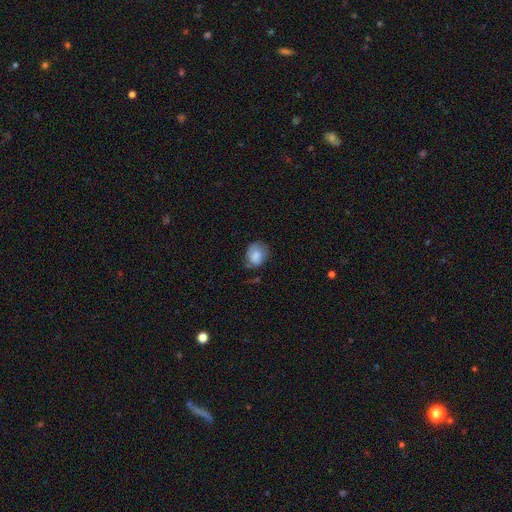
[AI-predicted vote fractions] smooth 79%, featured or disk 13%, star or artifact 8%. Down the decision tree: how rounded — round (57%); merging — none (56%).